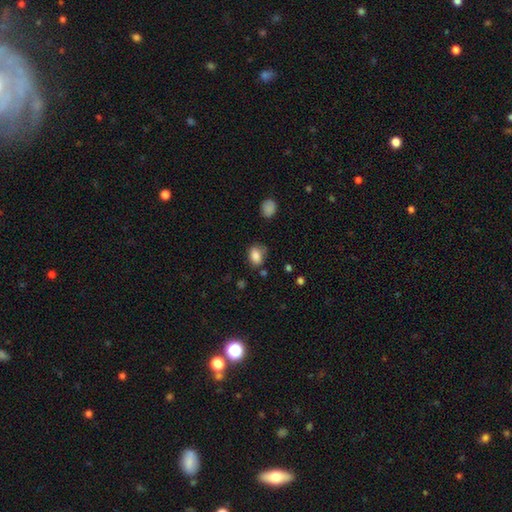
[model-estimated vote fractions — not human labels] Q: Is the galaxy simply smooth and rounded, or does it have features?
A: smooth — 84%.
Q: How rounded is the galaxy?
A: in between — 67%.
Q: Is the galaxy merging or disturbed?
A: none — 62%.